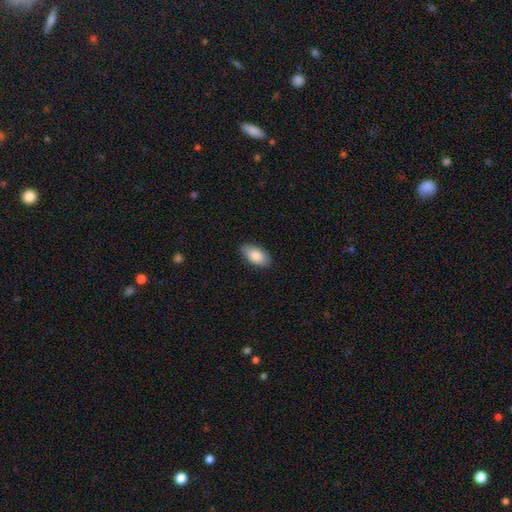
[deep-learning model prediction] A smooth galaxy with no disk features (85%) that is in between round and cigar-shaped (94%).

Vote fractions:
- Smooth or featured? smooth: 85% / featured or disk: 9% / star or artifact: 6%
- How rounded? in between: 94% / cigar-shaped: 3% / round: 3%
- Merging? none: 86% / minor disturbance: 11% / major disturbance: 2% / merger: 1%